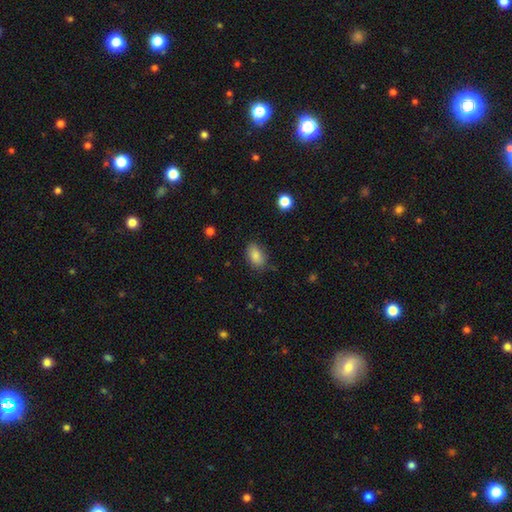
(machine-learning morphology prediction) Smooth or featured? Predicted: smooth (p=0.85). How rounded? Predicted: in between (p=0.88). Merging? Predicted: none (p=0.79).